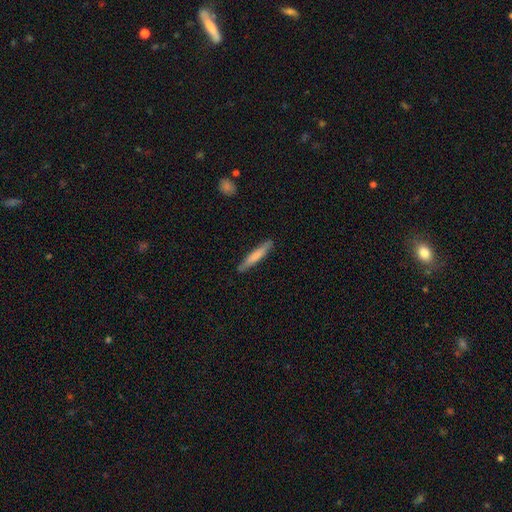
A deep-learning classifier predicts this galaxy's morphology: Smooth or featured? Predicted: smooth (p=0.70). How rounded? Predicted: cigar-shaped (p=0.94). Merging? Predicted: none (p=0.88).